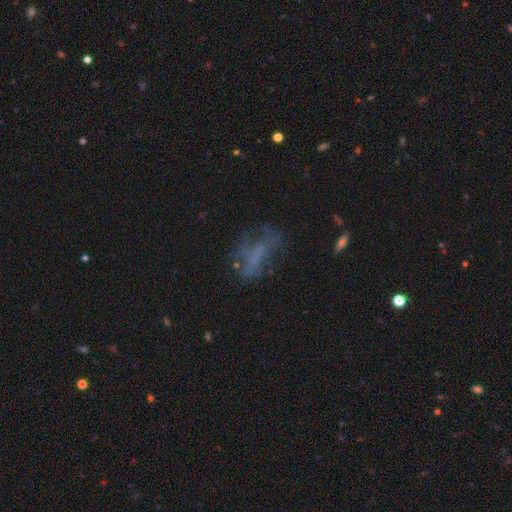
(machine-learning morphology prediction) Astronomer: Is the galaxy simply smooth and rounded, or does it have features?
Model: featured or disk — 40% (runner-up: smooth, 39%).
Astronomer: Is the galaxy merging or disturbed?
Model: none — 46% (runner-up: major disturbance, 29%).